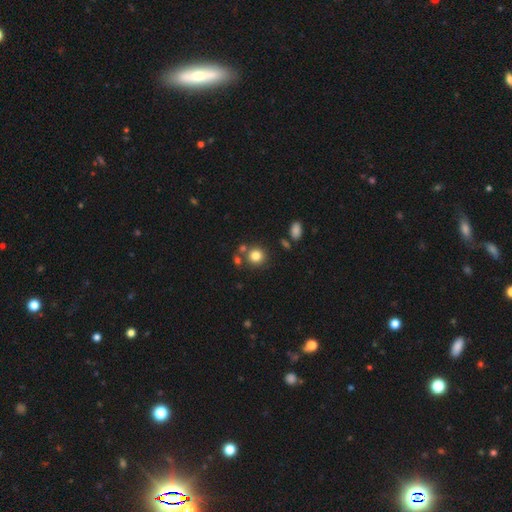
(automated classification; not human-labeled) A smooth galaxy with no disk features (81%) that is round (89%). Merging: none (73%).